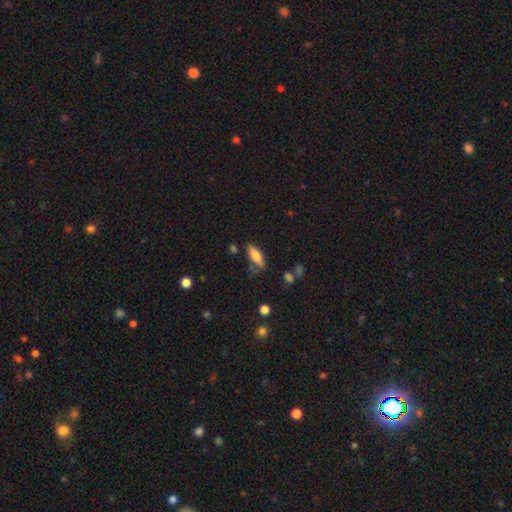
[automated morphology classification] This appears to be a smooth galaxy with no disk features (74%) that is in between round and cigar-shaped (62%). Merging: none (71%).